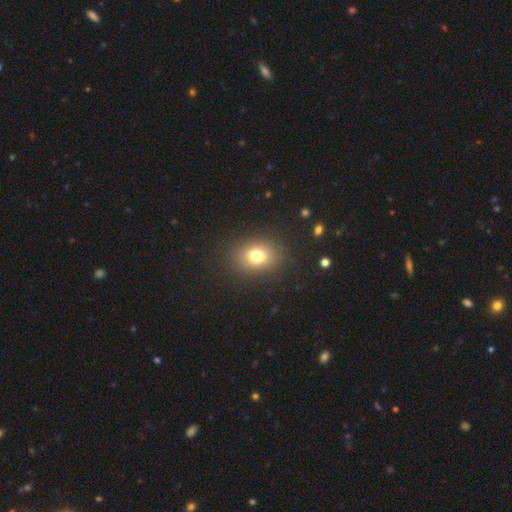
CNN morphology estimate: type=smooth (72%); roundness=round (56%); merging=none (88%).